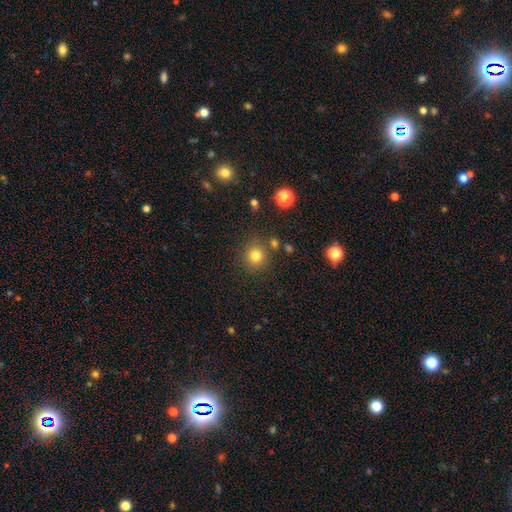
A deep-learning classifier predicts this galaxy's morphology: Q: Smooth or featured?
A: smooth (79%); runner-up: star or artifact (14%)
Q: How rounded?
A: round (92%); runner-up: in between (7%)
Q: Merging?
A: none (82%); runner-up: minor disturbance (9%)